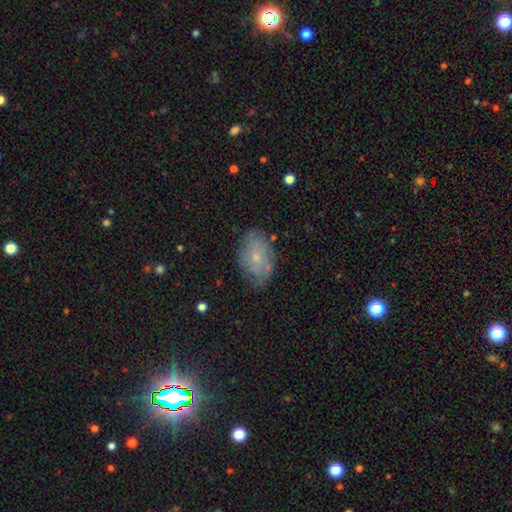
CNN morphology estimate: This appears to be a smooth galaxy with no disk features (47%). Merging: none (70%).